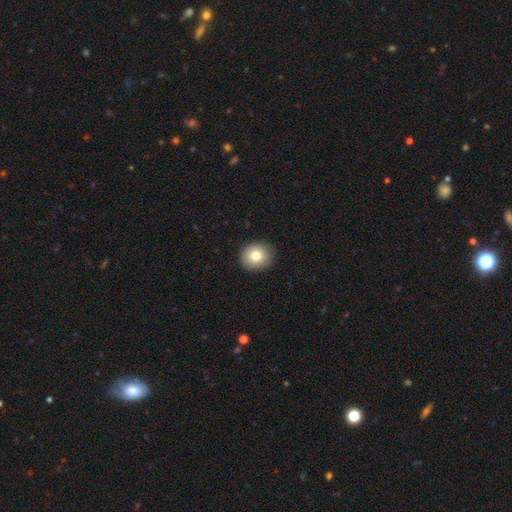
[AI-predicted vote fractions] Smooth or featured: smooth — 79% (featured or disk — 11%)
How rounded: round — 78% (in between — 21%)
Merging: none — 90% (minor disturbance — 7%)